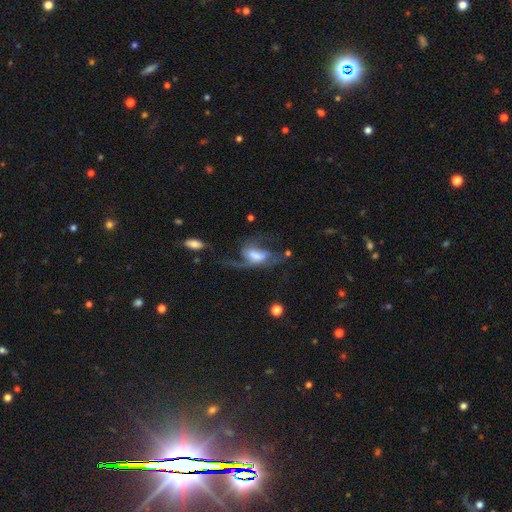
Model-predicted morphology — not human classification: This is likely a featured or disk galaxy (70%). It is clearly not viewed edge-on (93%). Bar: marginally weak (44%). Spiral arm pattern: clearly yes (83%). Spiral arm count: possibly 2 (47%). Spiral winding: likely loose (62%). Central bulge: marginally moderate (33%). Merging: possibly major disturbance (47%).